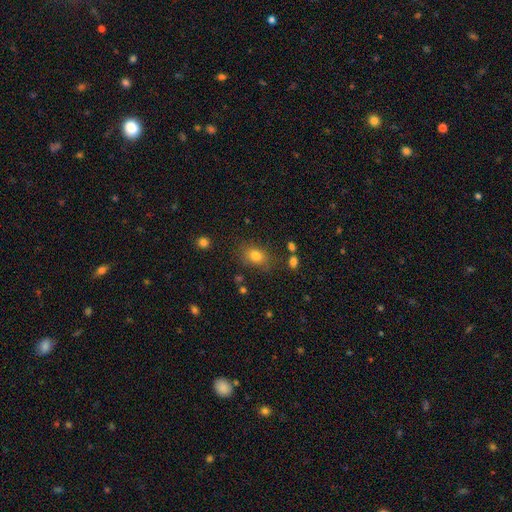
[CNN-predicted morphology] This is clearly a smooth galaxy (80%). How rounded: likely in between (69%). Merging: likely none (75%).